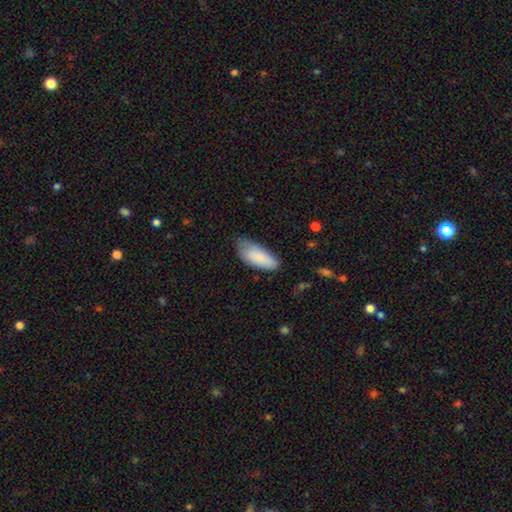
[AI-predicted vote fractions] smooth_or_featured: smooth (p=0.85) [alt: featured or disk p=0.09]
how_rounded: in between (p=0.83) [alt: cigar-shaped p=0.15]
merging: none (p=0.59) [alt: minor disturbance p=0.33]